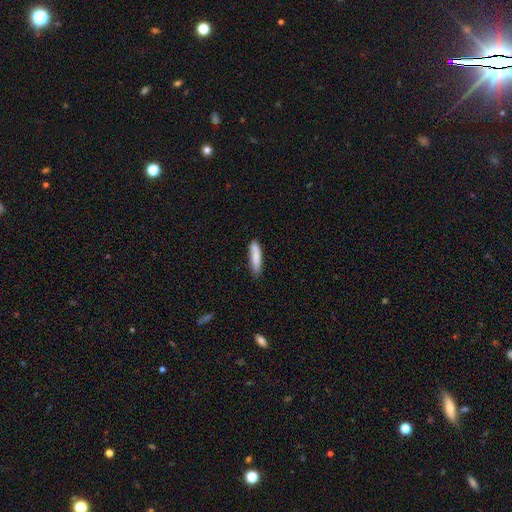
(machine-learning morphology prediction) A smooth galaxy with no disk features (82%) that is cigar-shaped (78%). Merging: none (75%).